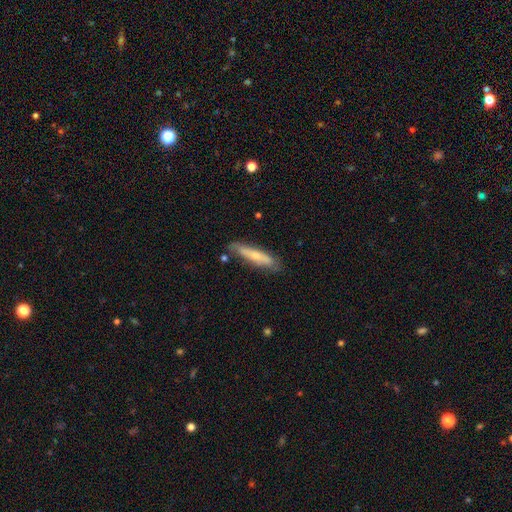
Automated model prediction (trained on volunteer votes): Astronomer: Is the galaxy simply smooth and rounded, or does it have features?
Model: smooth — 55% (runner-up: featured or disk, 39%).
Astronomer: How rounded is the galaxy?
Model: cigar-shaped — 84%.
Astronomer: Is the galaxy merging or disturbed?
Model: none — 73%.